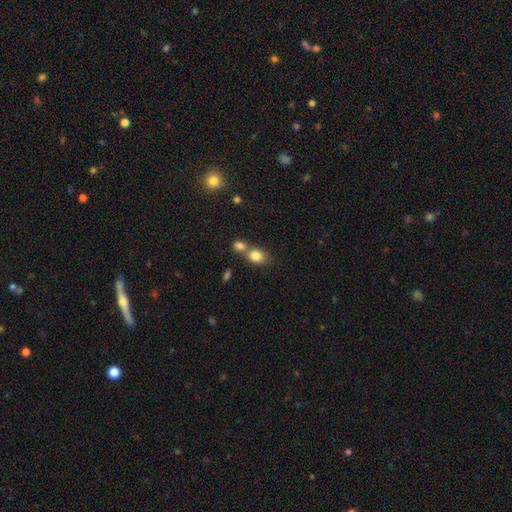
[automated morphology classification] smooth 82%, star or artifact 10%, featured or disk 8%. Down the decision tree: how rounded — in between (50%); merging — merger (47%).